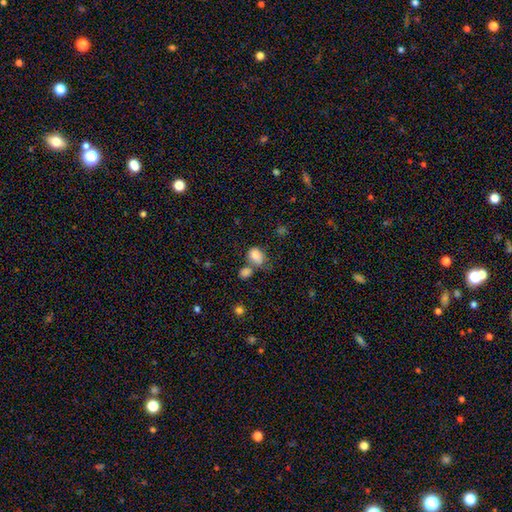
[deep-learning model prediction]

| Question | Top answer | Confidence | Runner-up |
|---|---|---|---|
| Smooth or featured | smooth | 83% | star or artifact (9%) |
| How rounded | in between | 74% | round (24%) |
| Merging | none | 40% | merger (33%) |